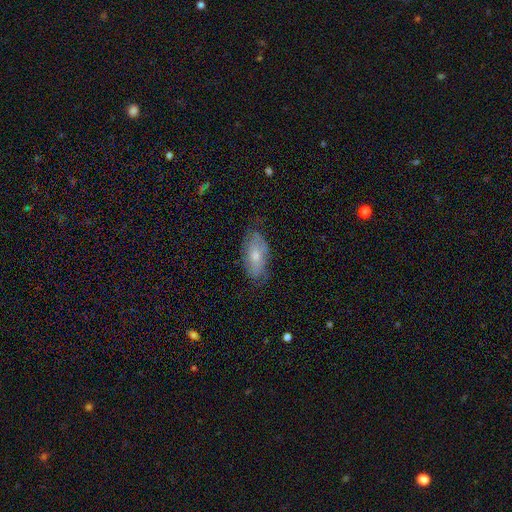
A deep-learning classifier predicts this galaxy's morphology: featured or disk 49%, smooth 42%, star or artifact 9%. Down the decision tree: merging — none (70%).